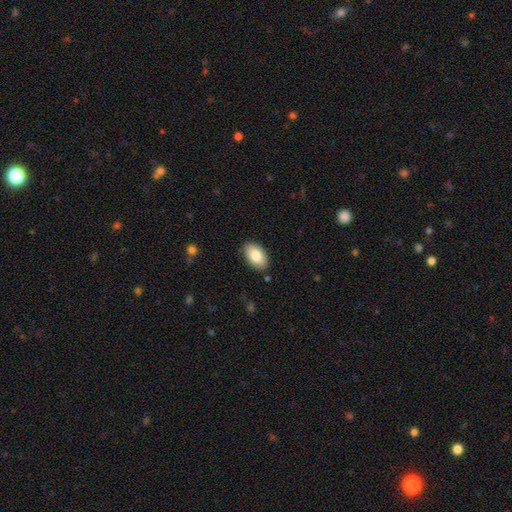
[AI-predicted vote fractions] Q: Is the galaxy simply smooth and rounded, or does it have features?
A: smooth — 84%.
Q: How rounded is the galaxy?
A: in between — 94%.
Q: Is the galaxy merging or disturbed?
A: none — 87%.